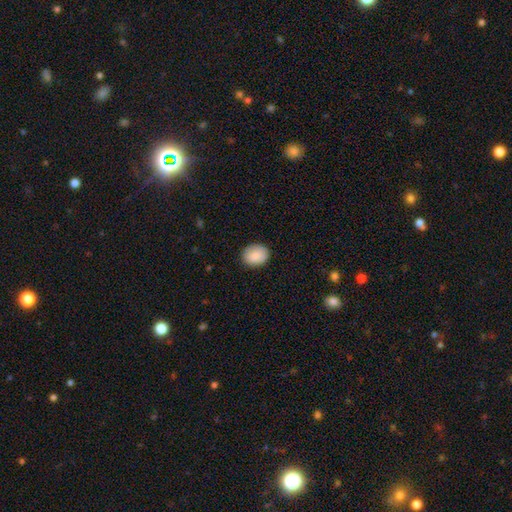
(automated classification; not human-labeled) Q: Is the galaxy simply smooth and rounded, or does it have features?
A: smooth — 87%.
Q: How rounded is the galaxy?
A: in between — 50%.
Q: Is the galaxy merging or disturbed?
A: none — 86%.